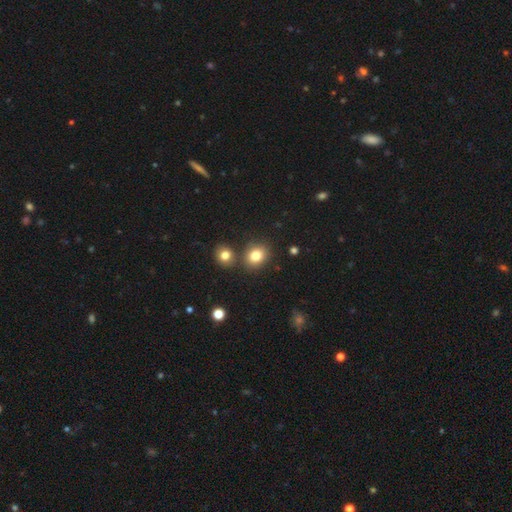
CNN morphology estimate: Smooth or featured: smooth — 82% (star or artifact — 11%)
How rounded: round — 61% (in between — 38%)
Merging: none — 73% (merger — 14%)